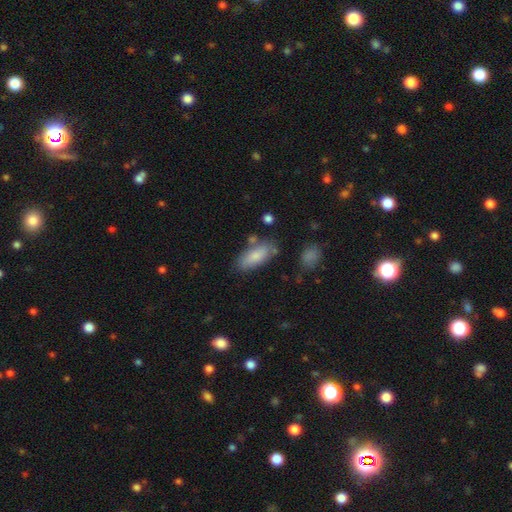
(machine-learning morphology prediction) Q: Smooth or featured?
A: smooth (82%); runner-up: featured or disk (12%)
Q: How rounded?
A: in between (78%); runner-up: cigar-shaped (20%)
Q: Merging?
A: none (71%); runner-up: minor disturbance (17%)